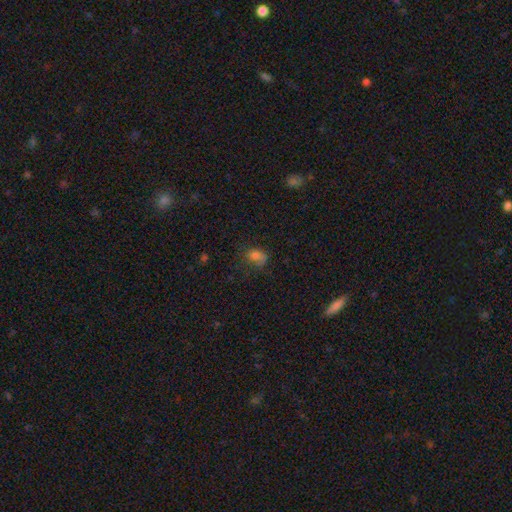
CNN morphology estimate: Smooth or featured: smooth — 71% (star or artifact — 16%)
How rounded: in between — 57% (round — 41%)
Merging: none — 46% (minor disturbance — 28%)